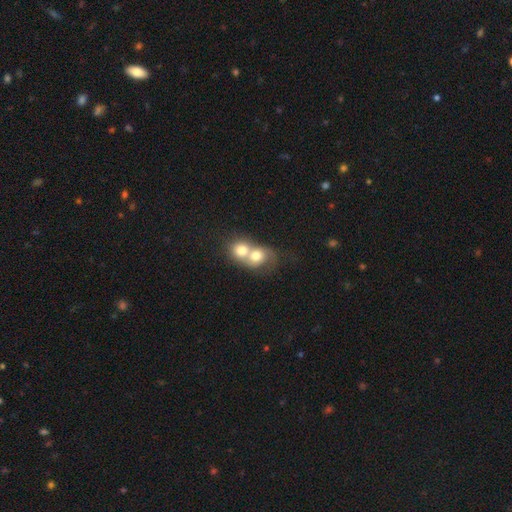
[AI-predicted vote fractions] Smooth or featured? smooth (68%)
How rounded? round (65%)
Merging? merger (80%)